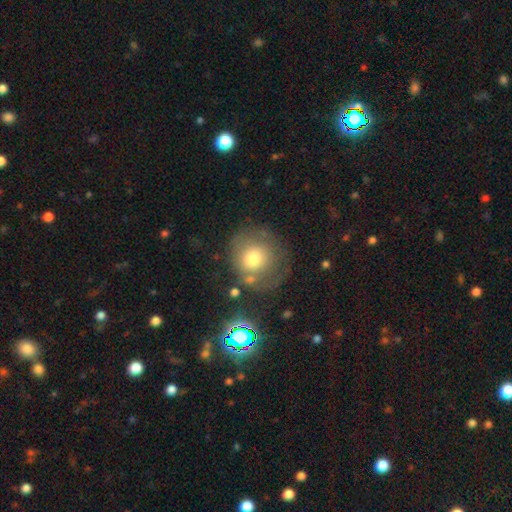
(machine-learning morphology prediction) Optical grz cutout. It shows a smooth galaxy with no disk features (63%) that is round (88%). Merging: none (62%).